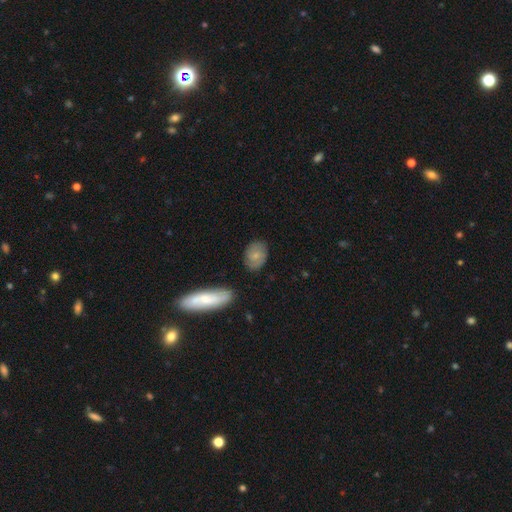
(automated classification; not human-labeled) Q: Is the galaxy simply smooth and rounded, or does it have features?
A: smooth — 65%.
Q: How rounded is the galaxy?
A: in between — 72%.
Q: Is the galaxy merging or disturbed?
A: none — 78%.